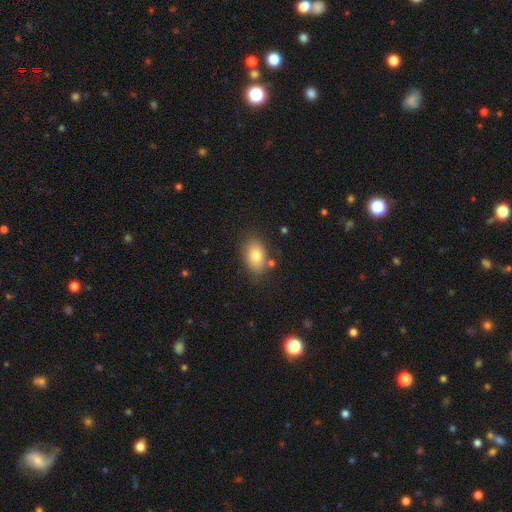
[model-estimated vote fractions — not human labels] Smooth or featured?
  - smooth: 80% *
  - featured or disk: 12%
  - star or artifact: 8%
How rounded?
  - in between: 84% *
  - round: 14%
  - cigar-shaped: 1%
Merging?
  - none: 76% *
  - minor disturbance: 16%
  - merger: 5%
  - major disturbance: 4%